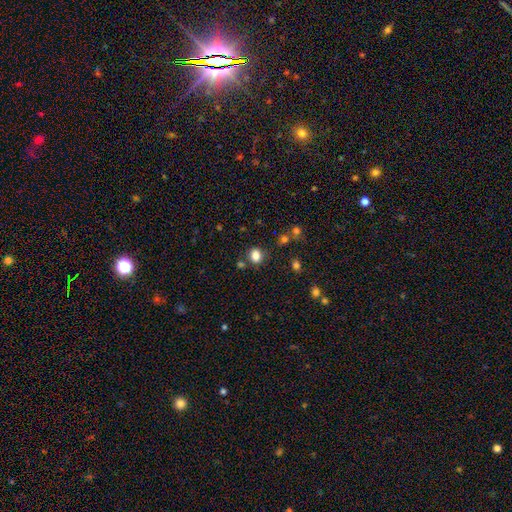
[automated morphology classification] This appears to be a smooth galaxy with no disk features (83%) that is round (55%). Merging: none (77%).